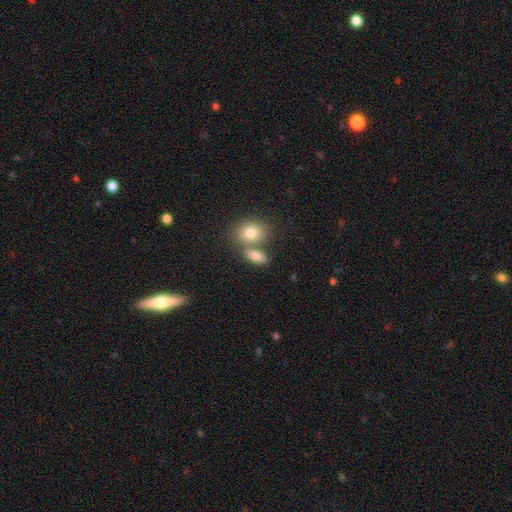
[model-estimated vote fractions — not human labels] Smooth or featured: smooth — 82% (featured or disk — 10%)
How rounded: in between — 83% (round — 13%)
Merging: none — 47% (merger — 40%)